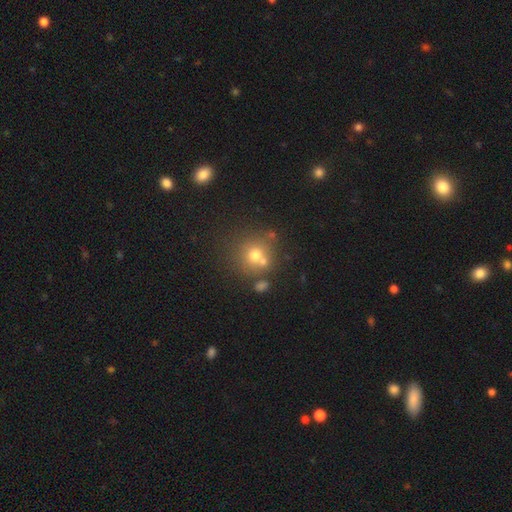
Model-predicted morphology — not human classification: Smooth or featured?
  - smooth: 66% *
  - star or artifact: 17%
  - featured or disk: 16%
How rounded?
  - round: 87% *
  - in between: 12%
  - cigar-shaped: 1%
Merging?
  - none: 59% *
  - merger: 25%
  - minor disturbance: 11%
  - major disturbance: 5%